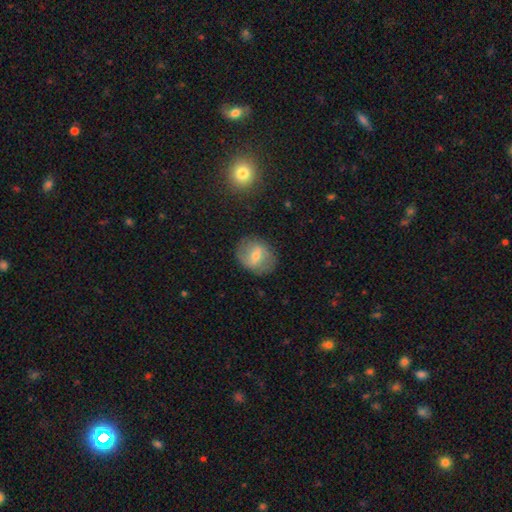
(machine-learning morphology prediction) This is possibly a smooth galaxy (46%, tied with featured or disk). Merging: clearly none (81%).